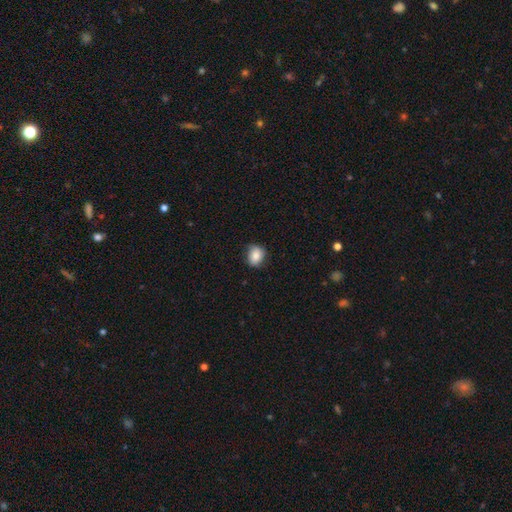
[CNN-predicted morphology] Smooth or featured? Predicted: smooth (p=0.79). How rounded? Predicted: round (p=0.53). Merging? Predicted: none (p=0.74).